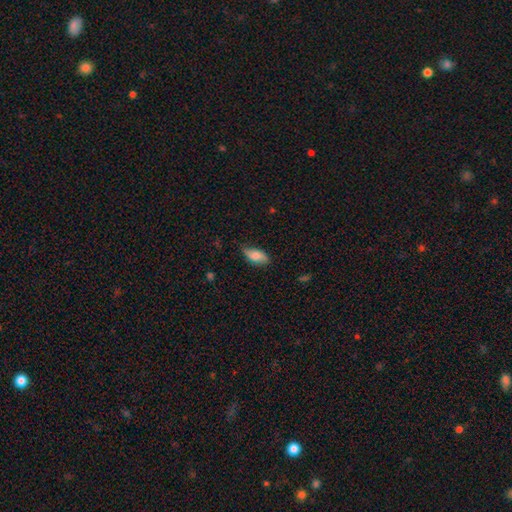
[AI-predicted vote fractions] smooth_or_featured: smooth (p=0.77) [alt: featured or disk p=0.16]
how_rounded: in between (p=0.90) [alt: cigar-shaped p=0.07]
merging: none (p=0.73) [alt: minor disturbance p=0.22]